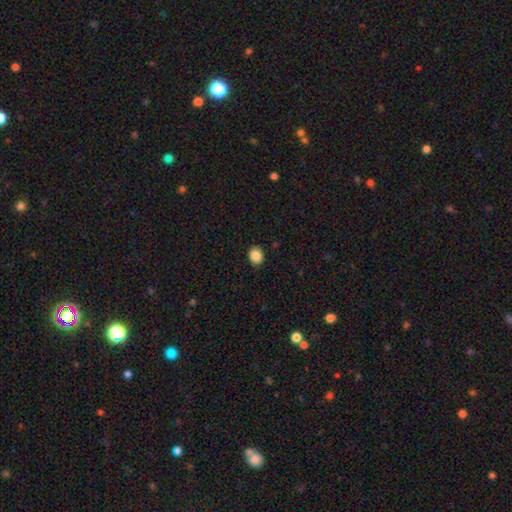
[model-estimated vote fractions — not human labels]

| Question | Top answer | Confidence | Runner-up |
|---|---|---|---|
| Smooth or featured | smooth | 86% | star or artifact (9%) |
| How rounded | round | 55% | in between (45%) |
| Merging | none | 89% | minor disturbance (8%) |